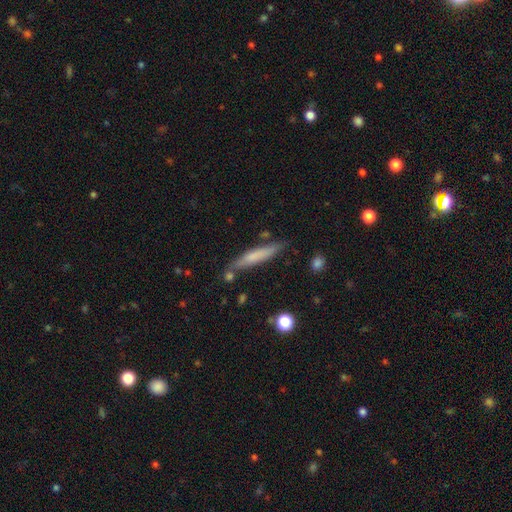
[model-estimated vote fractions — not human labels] Smooth or featured? smooth (63%)
How rounded? cigar-shaped (91%)
Merging? none (77%)